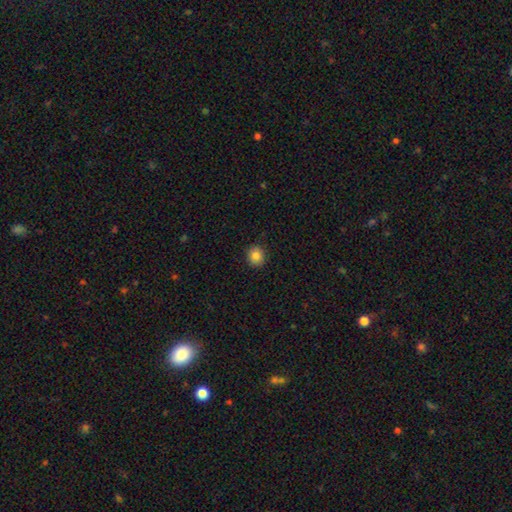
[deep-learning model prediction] This appears to be a smooth galaxy with no disk features (85%) that is round (80%). Merging: none (91%).